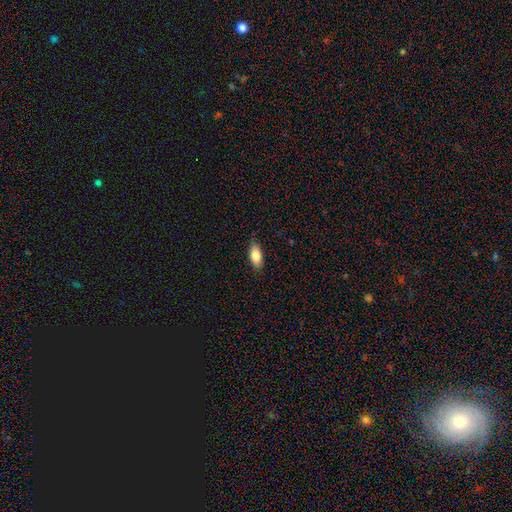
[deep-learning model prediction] smooth 81%, featured or disk 12%, star or artifact 7%. Down the decision tree: how rounded — in between (87%); merging — none (84%).